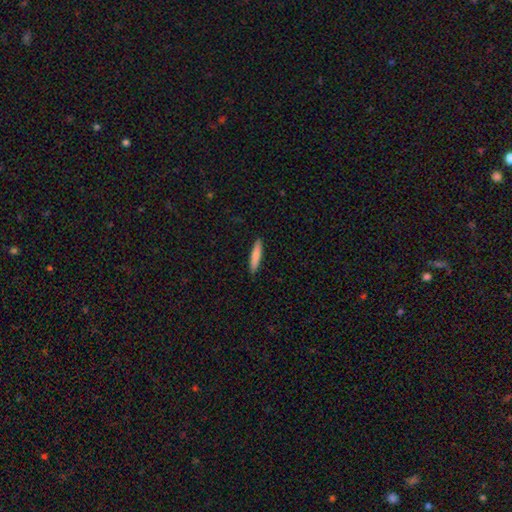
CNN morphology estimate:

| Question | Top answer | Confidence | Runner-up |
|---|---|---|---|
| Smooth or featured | smooth | 82% | featured or disk (13%) |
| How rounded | cigar-shaped | 89% | in between (10%) |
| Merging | none | 92% | minor disturbance (6%) |